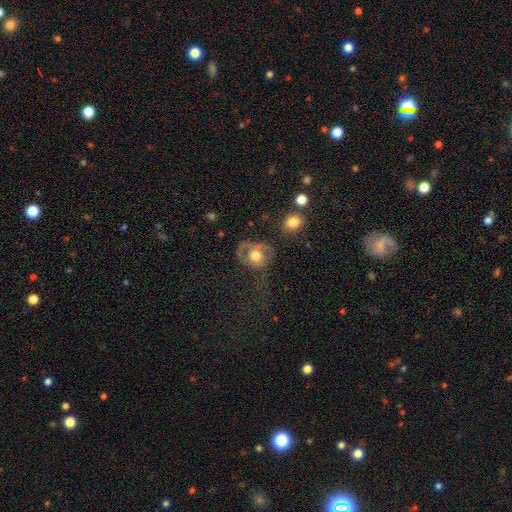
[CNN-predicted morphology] Overall: smooth (47%; featured or disk 44%). Merging: major disturbance (41%; none 32%).